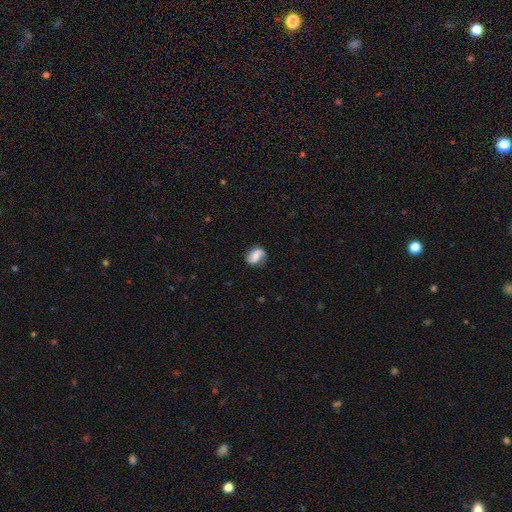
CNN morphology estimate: Smooth or featured?
  - featured or disk: 49% *
  - smooth: 43%
  - star or artifact: 9%
Merging?
  - none: 70% *
  - minor disturbance: 21%
  - major disturbance: 7%
  - merger: 2%